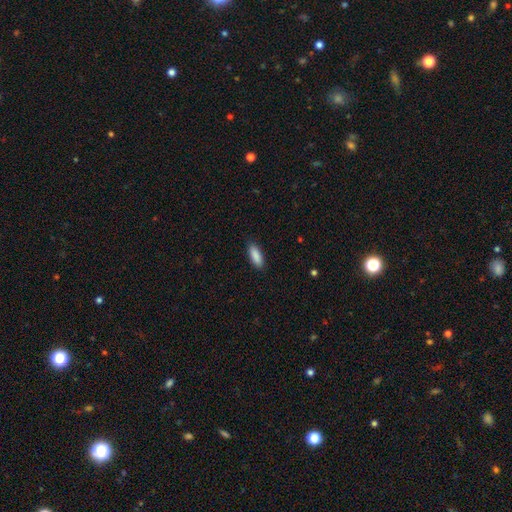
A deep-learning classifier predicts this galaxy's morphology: smooth_or_featured: smooth (p=0.90) [alt: star or artifact p=0.06]
how_rounded: in between (p=0.72) [alt: cigar-shaped p=0.27]
merging: none (p=0.88) [alt: minor disturbance p=0.09]